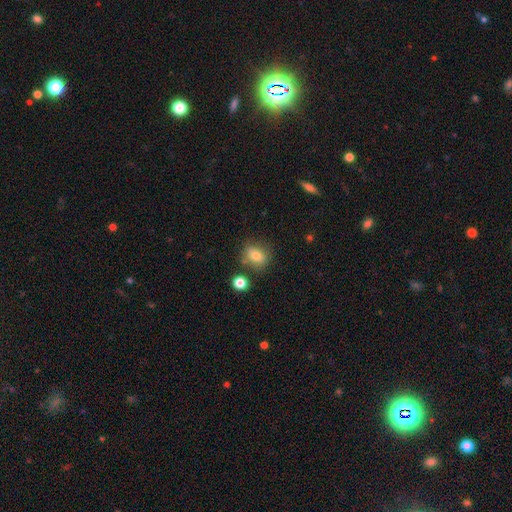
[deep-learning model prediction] A smooth galaxy with no disk features (77%) that is round (50%).

Vote fractions:
- Smooth or featured? smooth: 77% / featured or disk: 12% / star or artifact: 11%
- How rounded? round: 50% / in between: 48% / cigar-shaped: 2%
- Merging? none: 72% / minor disturbance: 15% / merger: 9% / major disturbance: 4%